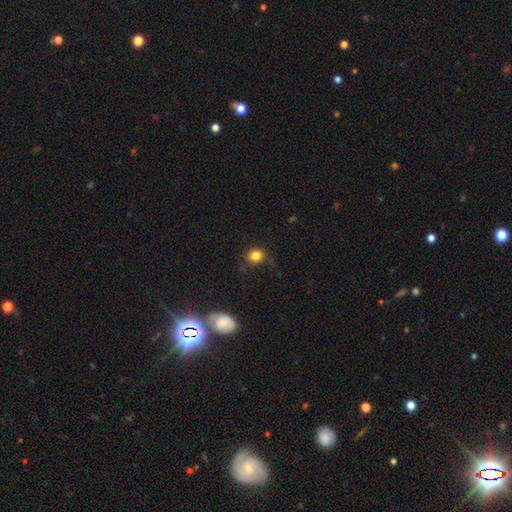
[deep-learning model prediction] Overall: smooth (82%). How rounded: round (85%). Merging: none (74%).